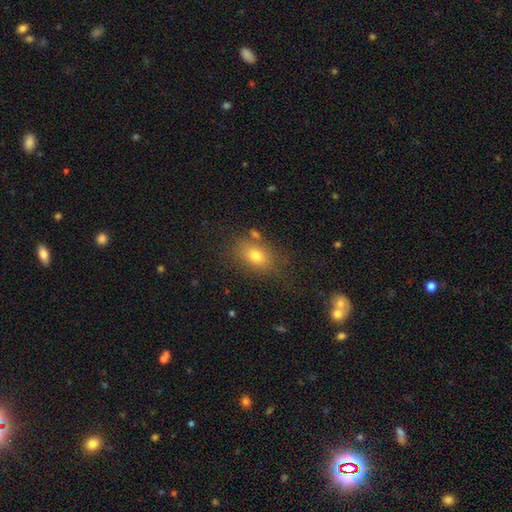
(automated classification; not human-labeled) Smooth or featured? smooth (74%)
How rounded? in between (74%)
Merging? none (72%)